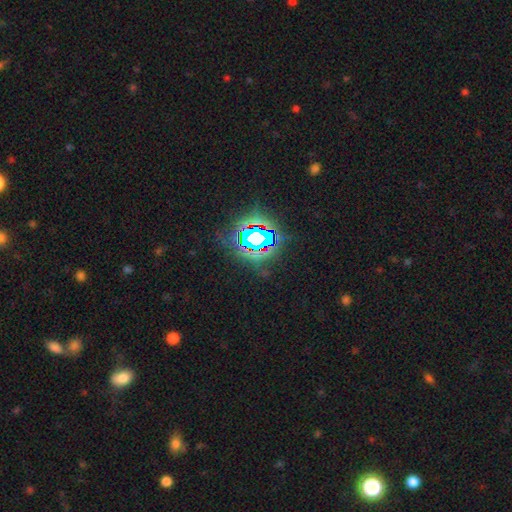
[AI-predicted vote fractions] This appears to be a star or artifact, not a galaxy (83%).